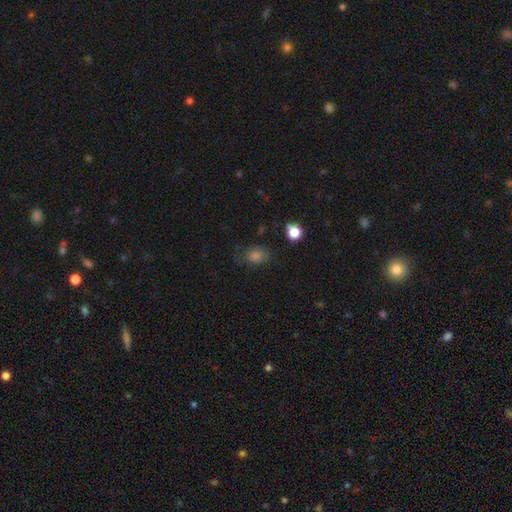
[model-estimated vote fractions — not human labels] smooth_or_featured: smooth (p=0.70) [alt: star or artifact p=0.19]
how_rounded: in between (p=0.60) [alt: round p=0.38]
merging: none (p=0.64) [alt: minor disturbance p=0.23]